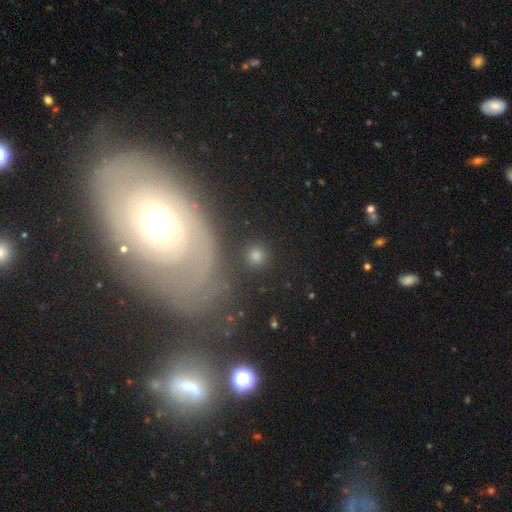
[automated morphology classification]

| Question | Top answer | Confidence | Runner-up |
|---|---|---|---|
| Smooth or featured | smooth | 61% | featured or disk (23%) |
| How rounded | round | 84% | in between (14%) |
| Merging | none | 82% | minor disturbance (9%) |